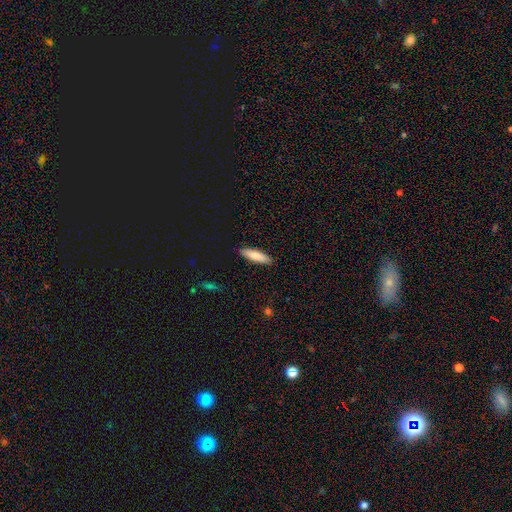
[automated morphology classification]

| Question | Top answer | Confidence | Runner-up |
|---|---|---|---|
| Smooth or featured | smooth | 83% | featured or disk (12%) |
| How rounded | cigar-shaped | 67% | in between (32%) |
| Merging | none | 89% | minor disturbance (8%) |